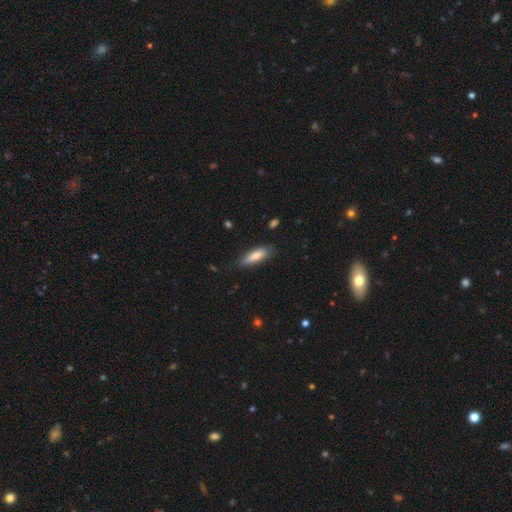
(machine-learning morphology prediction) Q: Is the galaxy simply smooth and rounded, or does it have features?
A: smooth — 80%.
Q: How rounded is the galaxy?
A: in between — 52%.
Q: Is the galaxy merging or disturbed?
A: none — 78%.